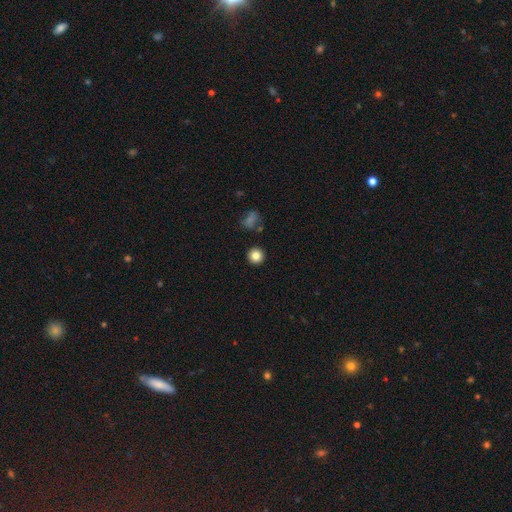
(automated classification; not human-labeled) Morphology: type=smooth (83%); roundness=round (94%); merging=none (91%).